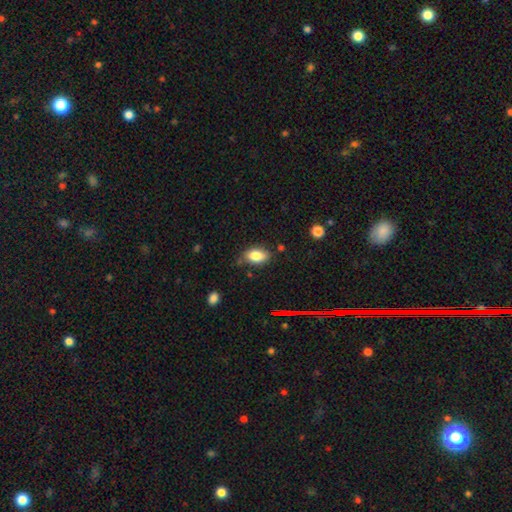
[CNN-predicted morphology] This is clearly a smooth galaxy (83%). How rounded: clearly in between (87%). Merging: likely none (77%).